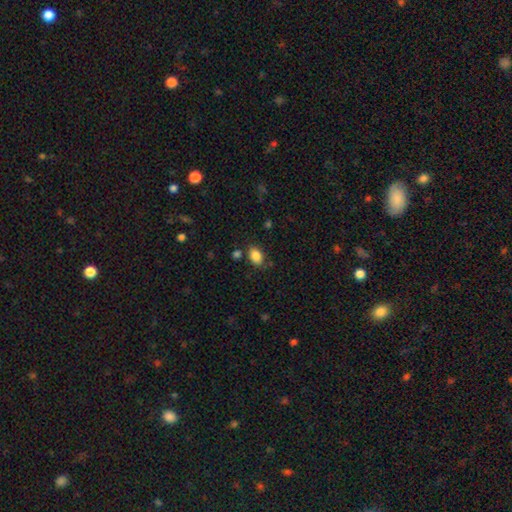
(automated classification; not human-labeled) Smooth or featured? smooth (86%)
How rounded? in between (83%)
Merging? none (77%)